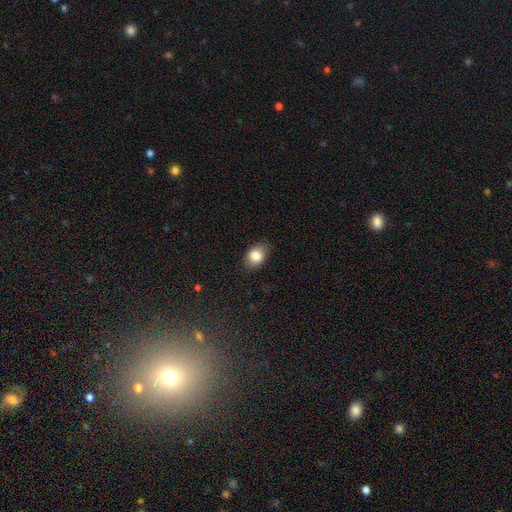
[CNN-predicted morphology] A smooth galaxy with no disk features (83%) that is in between round and cigar-shaped (77%).

Vote fractions:
- Smooth or featured? smooth: 83% / featured or disk: 9% / star or artifact: 8%
- How rounded? in between: 77% / round: 21% / cigar-shaped: 1%
- Merging? none: 83% / minor disturbance: 13% / major disturbance: 3% / merger: 1%